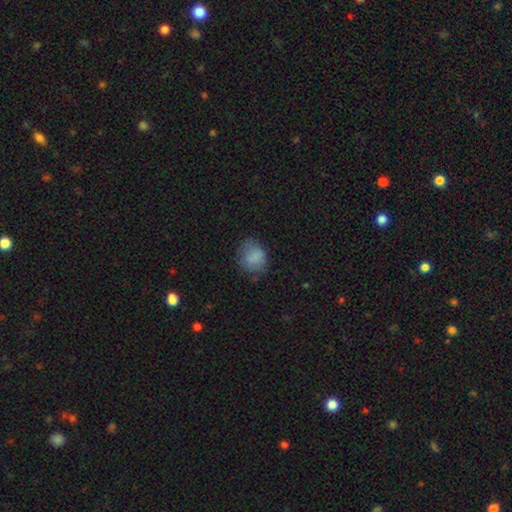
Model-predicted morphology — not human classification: type=smooth (81%); roundness=round (55%); merging=none (64%).